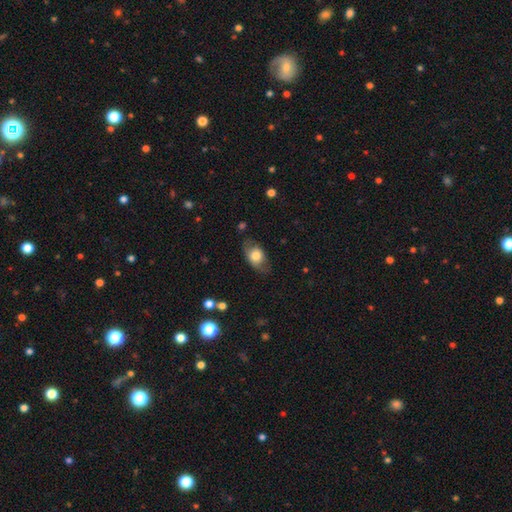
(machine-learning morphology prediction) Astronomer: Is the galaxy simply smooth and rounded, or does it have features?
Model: smooth — 69%.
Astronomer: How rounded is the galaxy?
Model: in between — 81%.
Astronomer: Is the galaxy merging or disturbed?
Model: none — 71%.